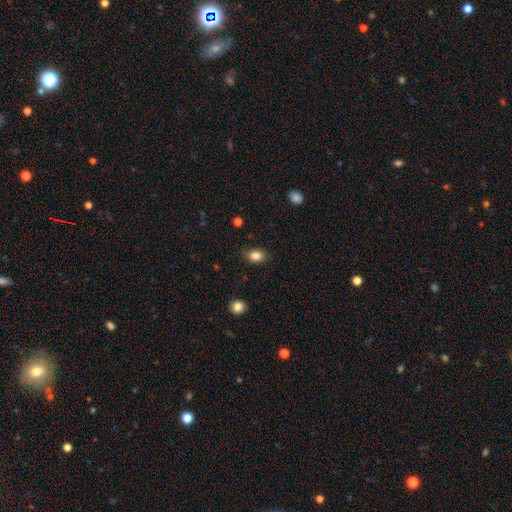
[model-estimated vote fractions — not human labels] Smooth or featured: smooth — 85% (star or artifact — 9%)
How rounded: in between — 80% (round — 18%)
Merging: none — 85% (minor disturbance — 12%)